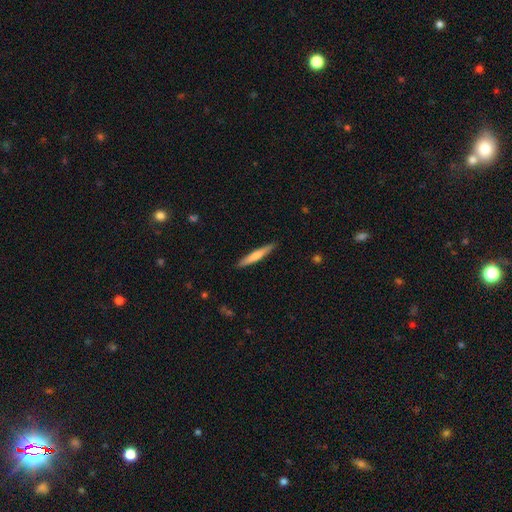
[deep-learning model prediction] Morphology: type=smooth (60%); roundness=cigar-shaped (94%); merging=none (91%).